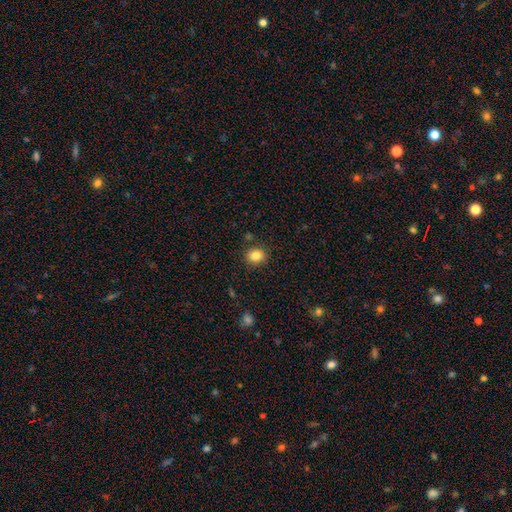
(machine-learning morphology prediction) Smooth or featured: smooth — 84% (star or artifact — 10%)
How rounded: round — 64% (in between — 35%)
Merging: none — 86% (minor disturbance — 9%)